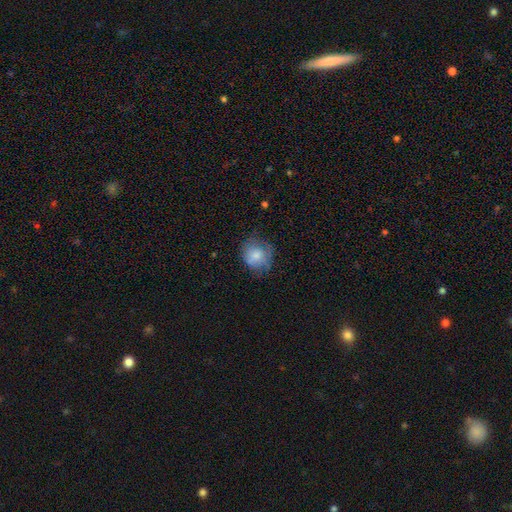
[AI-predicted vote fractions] Overall: smooth (73%). How rounded: round (74%). Merging: none (60%; minor disturbance 27%).